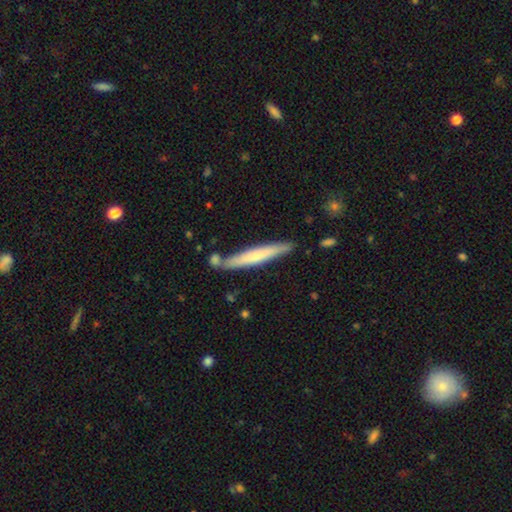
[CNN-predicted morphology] A smooth galaxy with no disk features (55%) that is cigar-shaped (95%).

Vote fractions:
- Smooth or featured? smooth: 55% / featured or disk: 40% / star or artifact: 5%
- How rounded? cigar-shaped: 95% / in between: 4% / round: 1%
- Merging? none: 78% / minor disturbance: 12% / merger: 7% / major disturbance: 2%